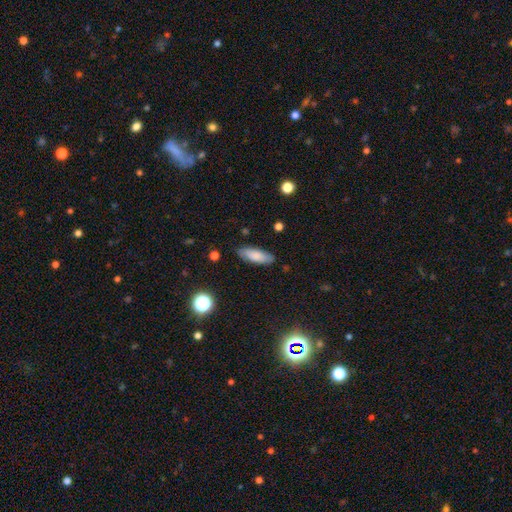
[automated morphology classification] Smooth or featured?
  - smooth: 80% *
  - featured or disk: 13%
  - star or artifact: 7%
How rounded?
  - in between: 62% *
  - cigar-shaped: 36%
  - round: 2%
Merging?
  - none: 84% *
  - minor disturbance: 12%
  - major disturbance: 2%
  - merger: 1%